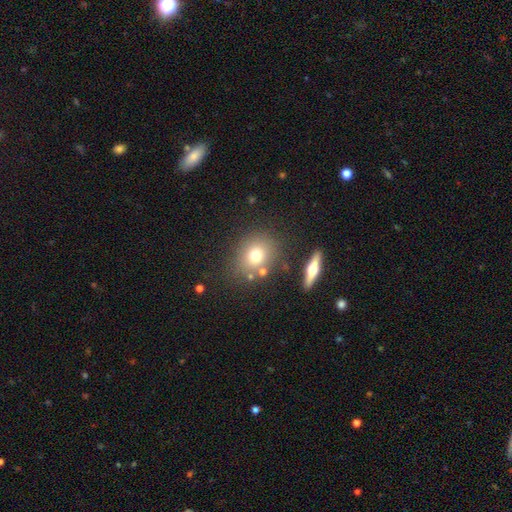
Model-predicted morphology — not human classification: This is likely a smooth galaxy (70%). How rounded: likely round (71%). Merging: likely none (76%).